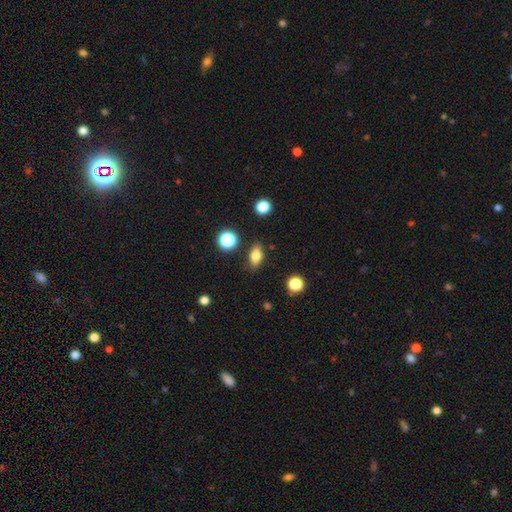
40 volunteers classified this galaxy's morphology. Smooth or featured? 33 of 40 (82%) said smooth. How rounded? 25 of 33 (76%) said in between. Merging? 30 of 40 (75%) said none.